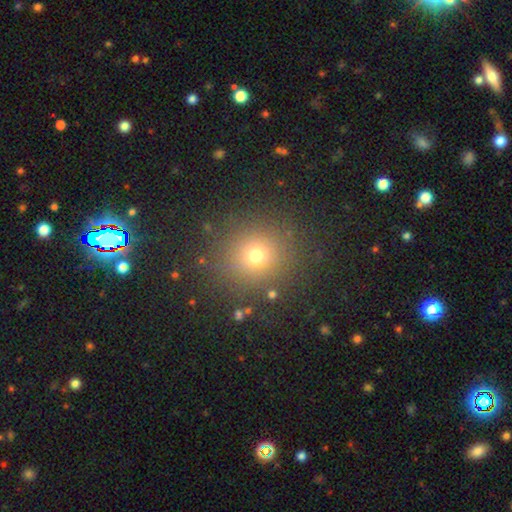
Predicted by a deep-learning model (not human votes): This appears to be a smooth galaxy with no disk features (69%) that is round (89%). Merging: none (88%).